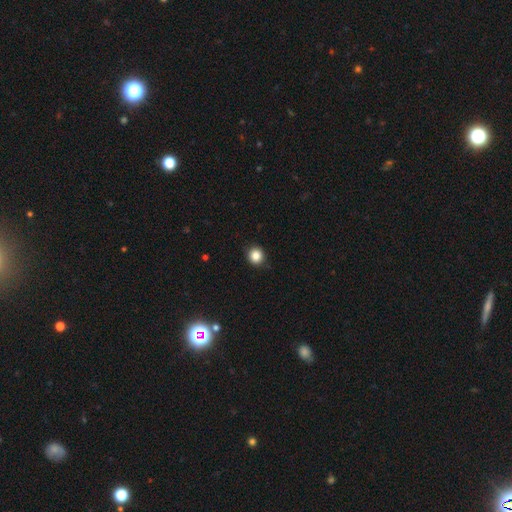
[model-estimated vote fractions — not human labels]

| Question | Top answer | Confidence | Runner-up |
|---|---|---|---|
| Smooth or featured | smooth | 85% | star or artifact (10%) |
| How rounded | round | 88% | in between (11%) |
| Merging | none | 89% | minor disturbance (8%) |